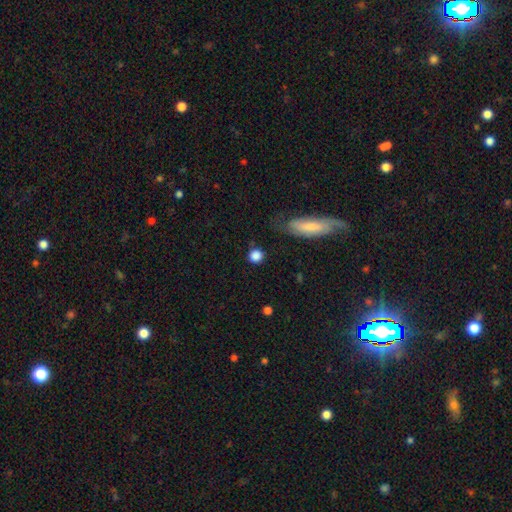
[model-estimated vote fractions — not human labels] The model was most divided on "merging": none: 82%, minor disturbance: 11%, major disturbance: 4%, merger: 3%. More confident: how rounded — round (88%); smooth or featured — smooth (86%).